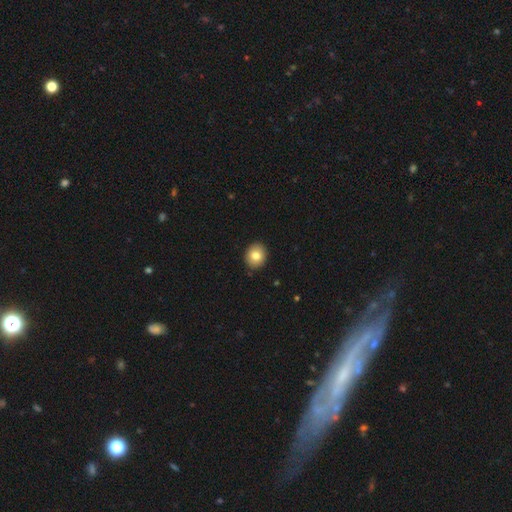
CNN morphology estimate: This is clearly a smooth galaxy (80%). How rounded: likely round (69%). Merging: clearly none (90%).